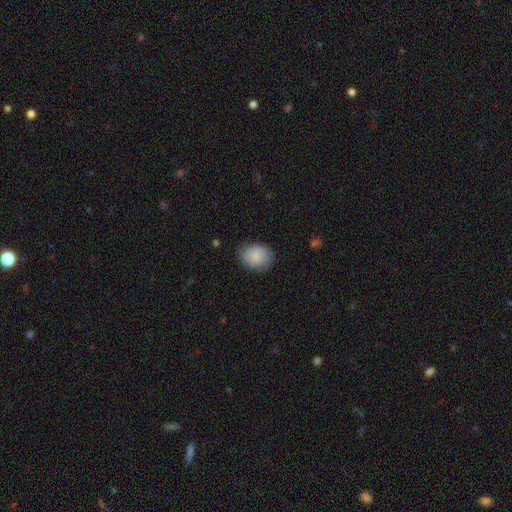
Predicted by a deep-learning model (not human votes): Q: Smooth or featured?
A: smooth (83%); runner-up: featured or disk (10%)
Q: How rounded?
A: in between (51%); runner-up: round (48%)
Q: Merging?
A: none (76%); runner-up: minor disturbance (19%)